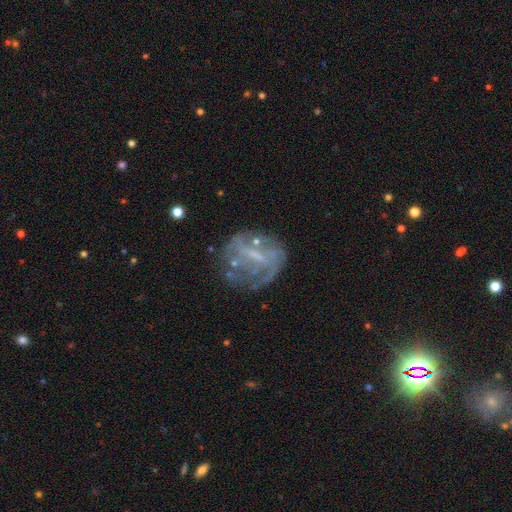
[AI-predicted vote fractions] This is likely a featured or disk galaxy (67%). It is clearly not viewed edge-on (96%). Bar: marginally weak (43%). Spiral arm pattern: possibly no (56%). Central bulge: marginally small (43%). Merging: possibly none (53%).